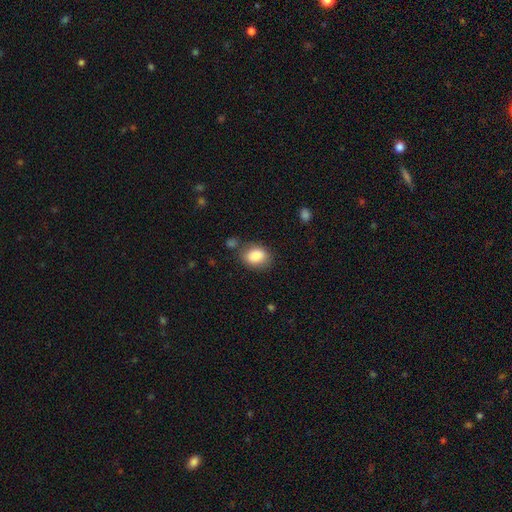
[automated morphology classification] This appears to be a smooth galaxy with no disk features (86%) that is in between round and cigar-shaped (66%). Merging: none (70%).